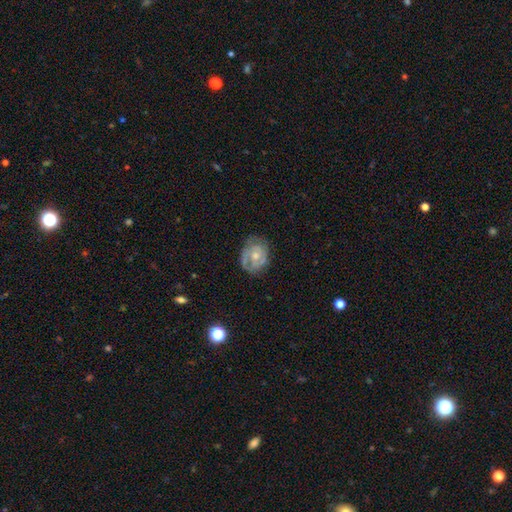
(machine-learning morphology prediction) This is likely a featured or disk galaxy (62%). It is clearly not viewed edge-on (97%). Bar: likely no (78%). Spiral arm pattern: likely yes (65%). Central bulge: possibly moderate (59%). Merging: likely none (61%).